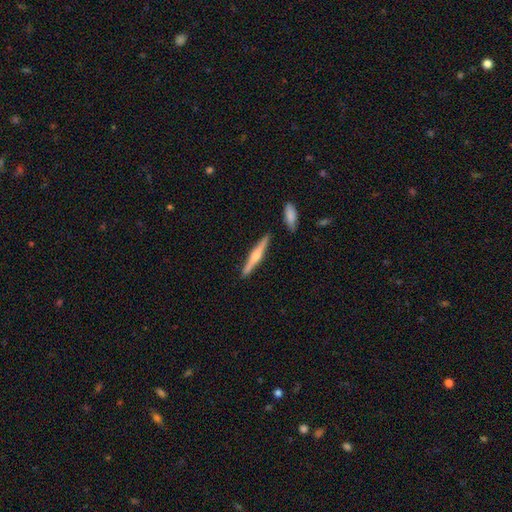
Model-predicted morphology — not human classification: A featured or disk galaxy (68%) viewed edge-on (97%) with a rounded central bulge (86%).

Vote fractions:
- Smooth or featured? featured or disk: 68% / smooth: 26% / star or artifact: 6%
- Edge-on disk? yes: 97% / no: 3%
- Edge-on bulge? rounded: 86% / none: 8% / boxy: 6%
- Merging? none: 88% / minor disturbance: 8% / merger: 3% / major disturbance: 2%